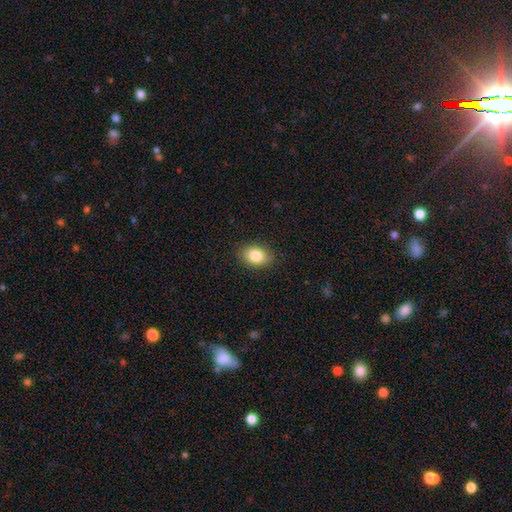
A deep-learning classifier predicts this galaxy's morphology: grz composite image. It shows a smooth galaxy with no disk features (84%) that is in between round and cigar-shaped (78%). Merging: none (88%).